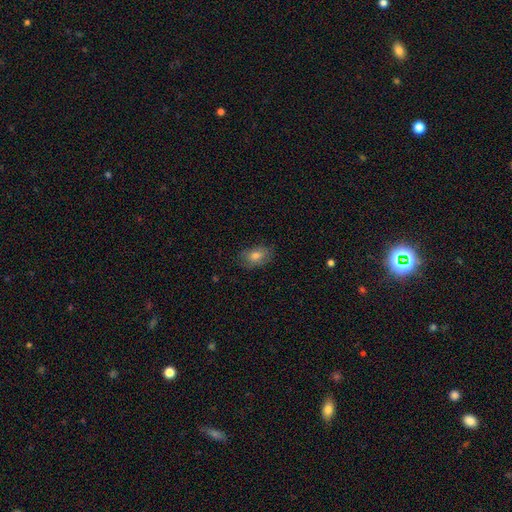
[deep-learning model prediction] Smooth or featured? Predicted: smooth (p=0.69). How rounded? Predicted: in between (p=0.85). Merging? Predicted: none (p=0.76).